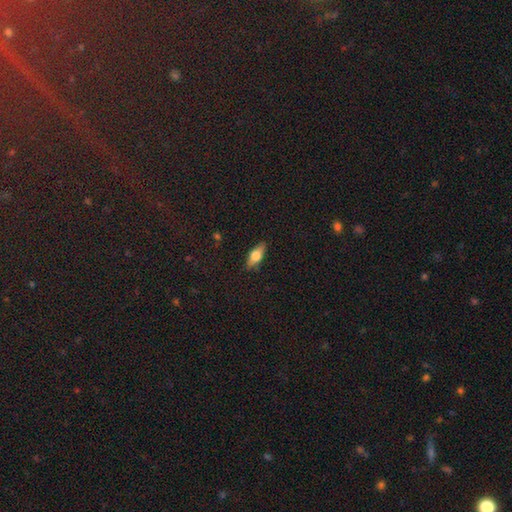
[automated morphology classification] Overall: smooth (65%; featured or disk 28%). How rounded: in between (73%). Merging: none (87%).